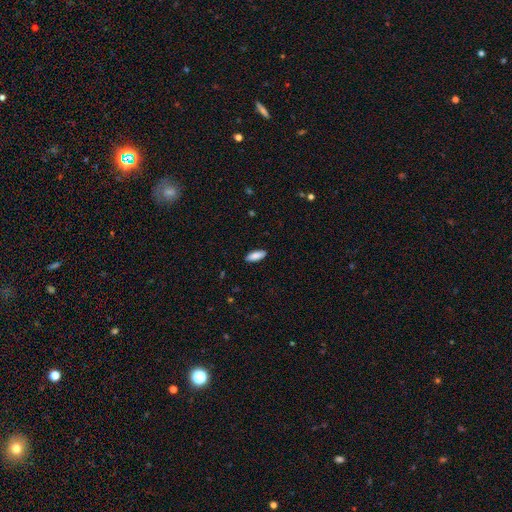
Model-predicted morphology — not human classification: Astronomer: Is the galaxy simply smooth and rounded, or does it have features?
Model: smooth — 87%.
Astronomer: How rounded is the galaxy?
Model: in between — 74%.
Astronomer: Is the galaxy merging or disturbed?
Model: none — 89%.